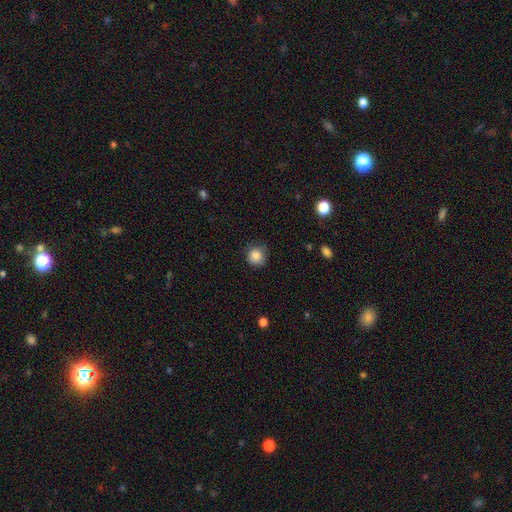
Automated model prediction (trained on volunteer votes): smooth 86%, star or artifact 9%, featured or disk 5%. Down the decision tree: how rounded — round (91%); merging — none (76%).